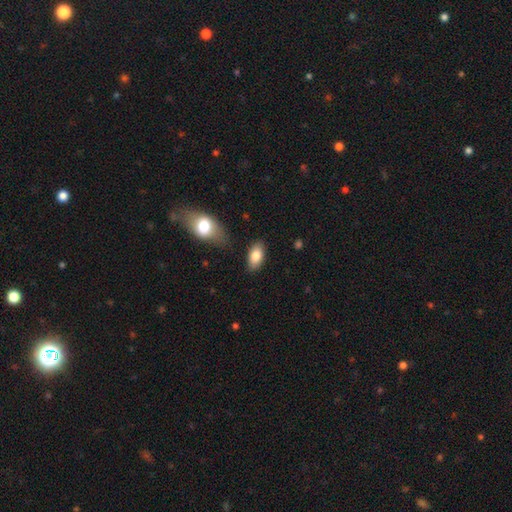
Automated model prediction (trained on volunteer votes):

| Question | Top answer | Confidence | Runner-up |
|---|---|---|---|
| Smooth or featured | smooth | 83% | featured or disk (10%) |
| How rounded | in between | 92% | round (4%) |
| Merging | none | 83% | minor disturbance (12%) |